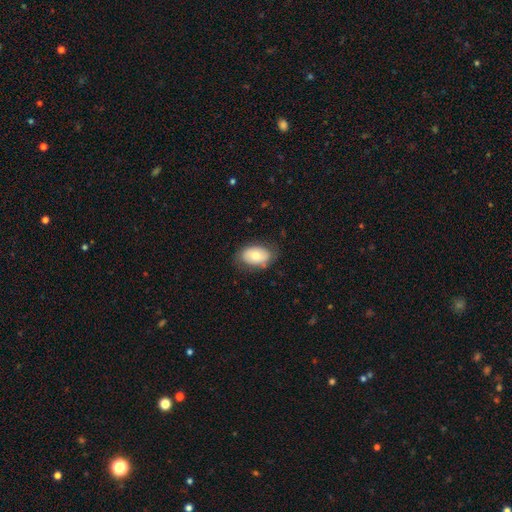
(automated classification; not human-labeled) Overall: smooth (71%). How rounded: in between (88%). Merging: none (77%).